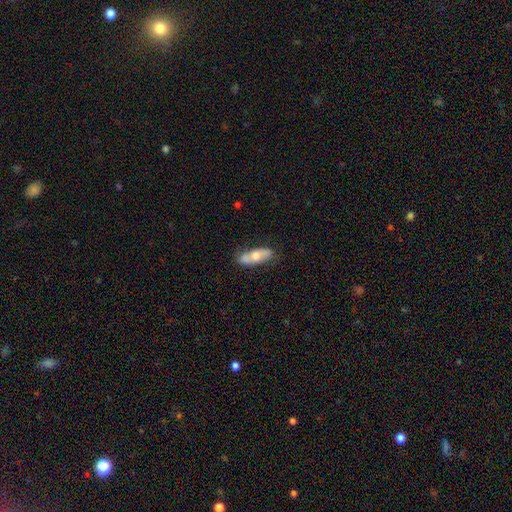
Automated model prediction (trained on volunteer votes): smooth-or-featured: smooth: 52% | featured or disk: 42% | star or artifact: 6%
  how-rounded: in between: 72% | cigar-shaped: 25% | round: 3%
  merging: none: 72% | minor disturbance: 19% | major disturbance: 5% | merger: 4%